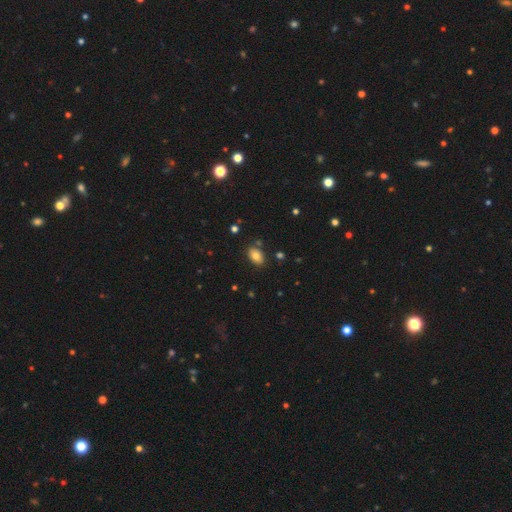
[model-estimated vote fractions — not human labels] This is clearly a smooth galaxy (80%). How rounded: clearly in between (86%). Merging: clearly none (82%).